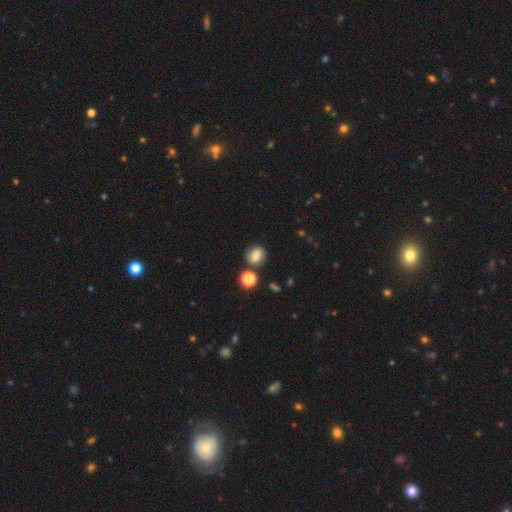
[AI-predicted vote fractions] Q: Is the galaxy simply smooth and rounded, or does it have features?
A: smooth — 75%.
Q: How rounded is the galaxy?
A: round — 64%.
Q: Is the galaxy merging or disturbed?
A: none — 75%.